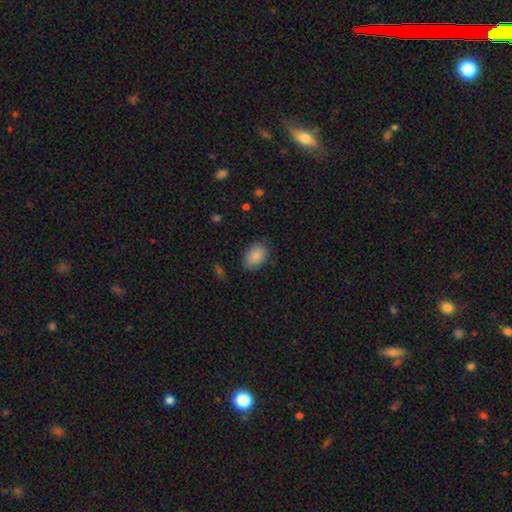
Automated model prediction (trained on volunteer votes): Smooth or featured? smooth (88%)
How rounded? in between (80%)
Merging? none (81%)